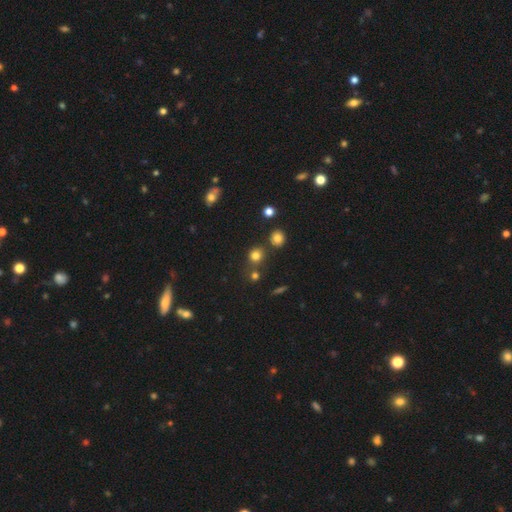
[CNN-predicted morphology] smooth-or-featured: smooth: 76% | star or artifact: 18% | featured or disk: 7%
  how-rounded: round: 84% | in between: 15% | cigar-shaped: 1%
  merging: none: 72% | merger: 14% | minor disturbance: 10% | major disturbance: 4%